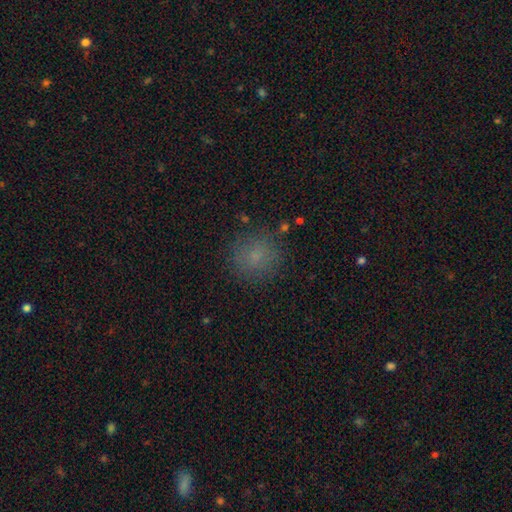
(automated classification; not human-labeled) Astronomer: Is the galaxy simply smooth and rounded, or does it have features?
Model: smooth — 74%.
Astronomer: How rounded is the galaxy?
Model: round — 89%.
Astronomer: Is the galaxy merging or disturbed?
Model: none — 84%.